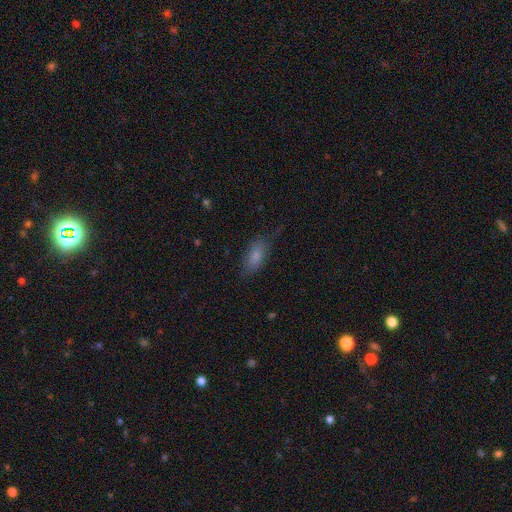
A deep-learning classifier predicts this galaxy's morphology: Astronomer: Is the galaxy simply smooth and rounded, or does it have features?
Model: smooth — 79%.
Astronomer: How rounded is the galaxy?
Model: in between — 84%.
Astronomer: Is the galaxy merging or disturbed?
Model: none — 70%.